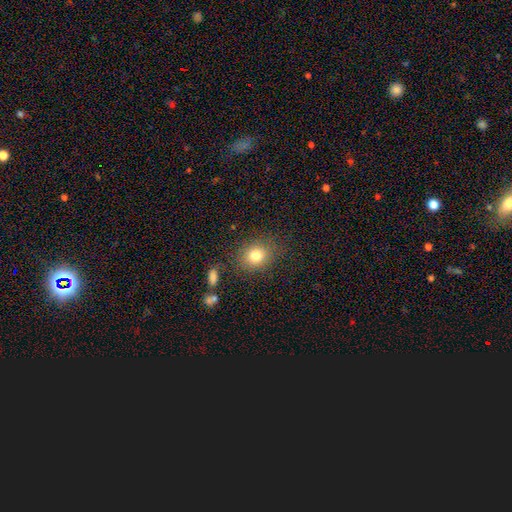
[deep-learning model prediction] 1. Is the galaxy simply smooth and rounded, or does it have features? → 79% smooth, 12% star or artifact, 9% featured or disk.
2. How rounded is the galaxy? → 71% round, 28% in between, 1% cigar-shaped.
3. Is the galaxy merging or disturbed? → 83% none, 11% minor disturbance, 4% major disturbance, 2% merger.